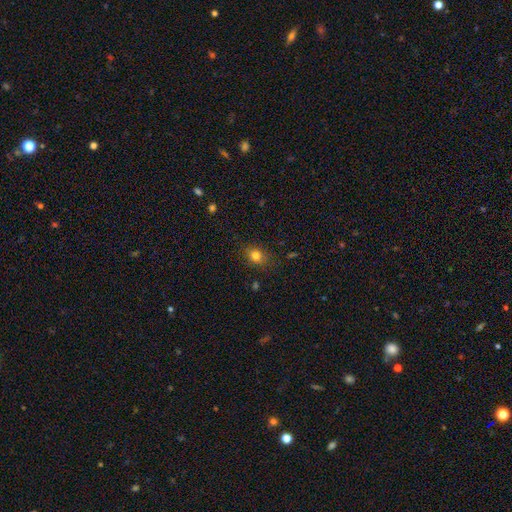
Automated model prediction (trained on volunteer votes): This appears to be a smooth galaxy with no disk features (78%) that is round (59%). Merging: none (83%).